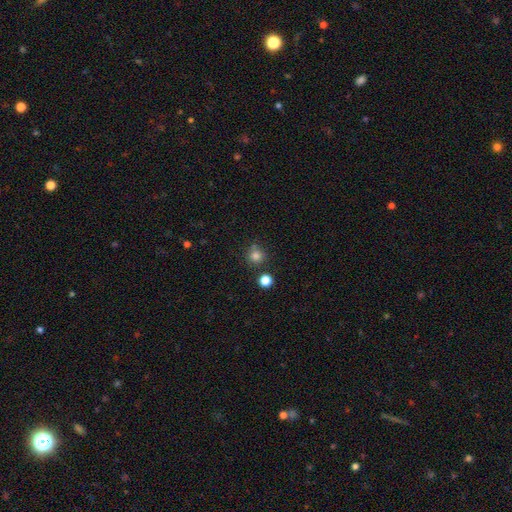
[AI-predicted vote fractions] Smooth or featured? smooth (81%)
How rounded? round (92%)
Merging? none (75%)